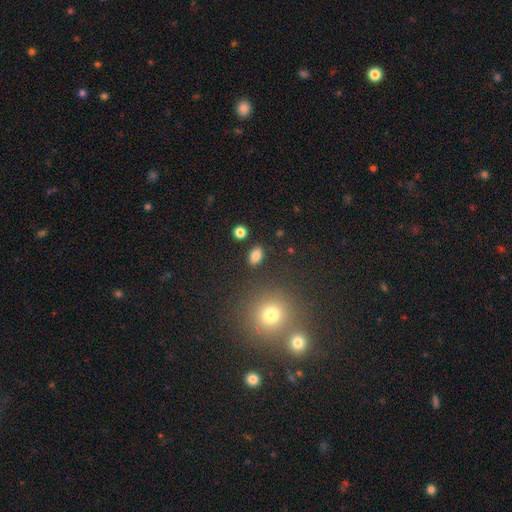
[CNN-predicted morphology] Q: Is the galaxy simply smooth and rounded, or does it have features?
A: smooth — 83%.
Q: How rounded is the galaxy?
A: in between — 82%.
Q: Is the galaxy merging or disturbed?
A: none — 85%.